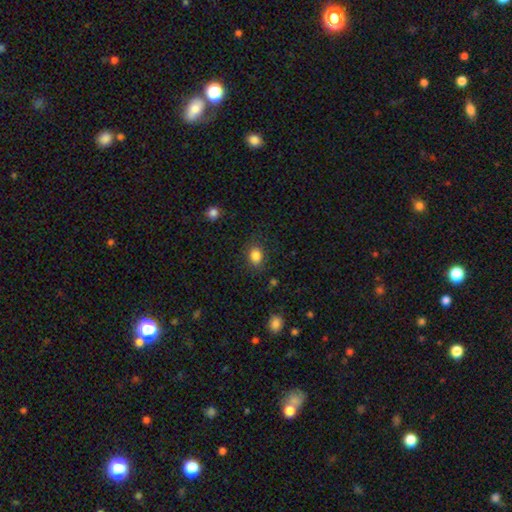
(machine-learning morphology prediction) Overall: smooth (85%). How rounded: in between (60%; round 39%). Merging: none (83%).